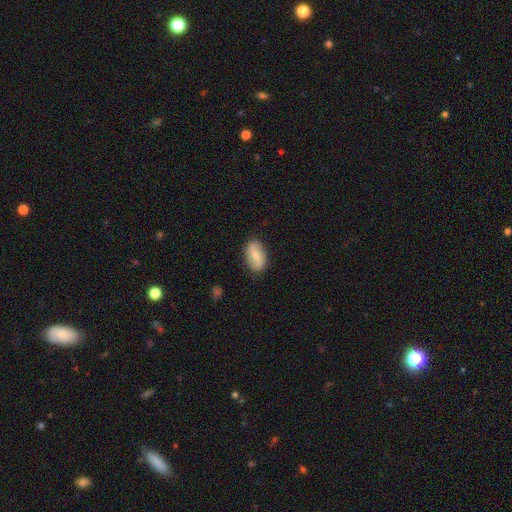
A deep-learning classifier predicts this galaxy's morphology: Q: Smooth or featured?
A: smooth (52%); runner-up: featured or disk (41%)
Q: How rounded?
A: in between (90%); runner-up: round (7%)
Q: Merging?
A: none (84%); runner-up: minor disturbance (13%)